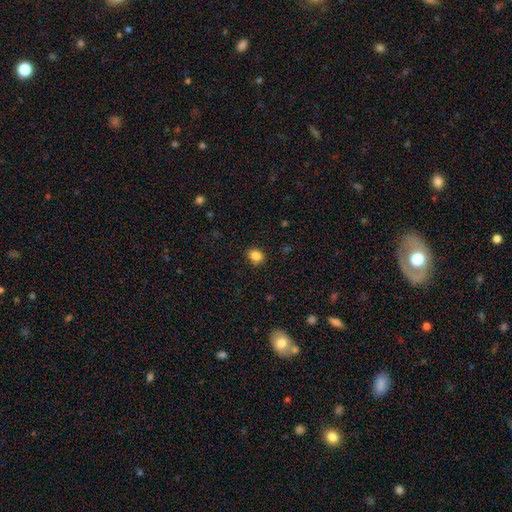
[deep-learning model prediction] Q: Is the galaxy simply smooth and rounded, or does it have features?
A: smooth — 86%.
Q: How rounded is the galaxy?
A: round — 64%.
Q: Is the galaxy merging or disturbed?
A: none — 85%.